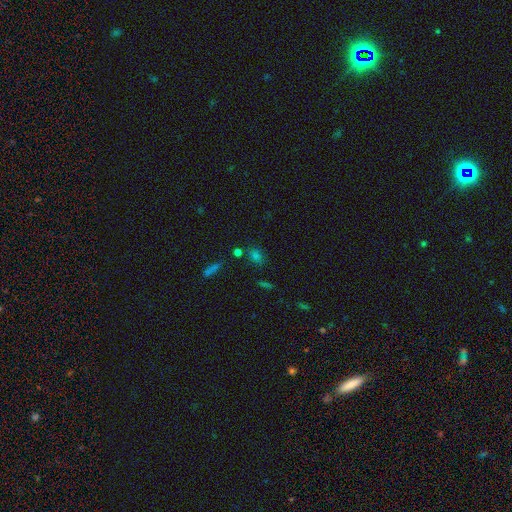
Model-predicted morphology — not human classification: Smooth or featured: smooth — 66% (star or artifact — 26%)
How rounded: in between — 56% (round — 40%)
Merging: none — 75% (minor disturbance — 13%)